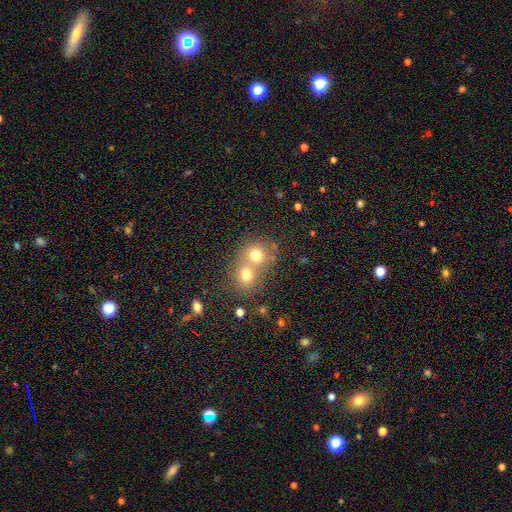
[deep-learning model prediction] Overall: smooth (72%). How rounded: round (79%). Merging: merger (57%; none 34%).